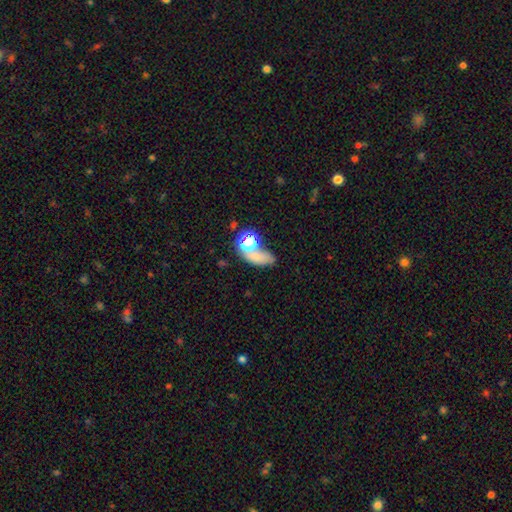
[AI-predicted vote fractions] The model was most divided on "merging": none: 42%, merger: 33%, minor disturbance: 14%, major disturbance: 11%. More confident: how rounded — in between (70%); smooth or featured — smooth (63%).